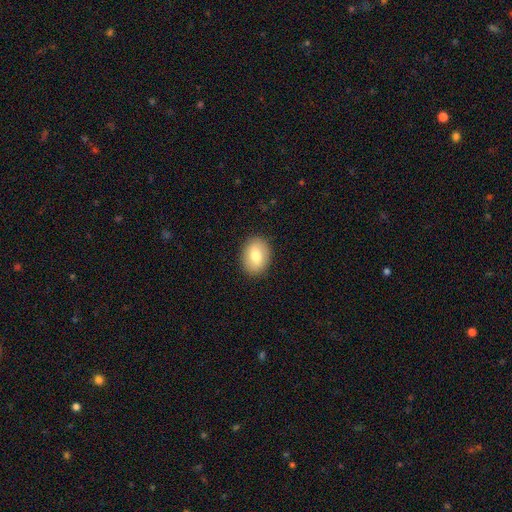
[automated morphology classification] smooth_or_featured: smooth (p=0.74) [alt: featured or disk p=0.18]
how_rounded: in between (p=0.70) [alt: round p=0.29]
merging: none (p=0.89) [alt: minor disturbance p=0.08]